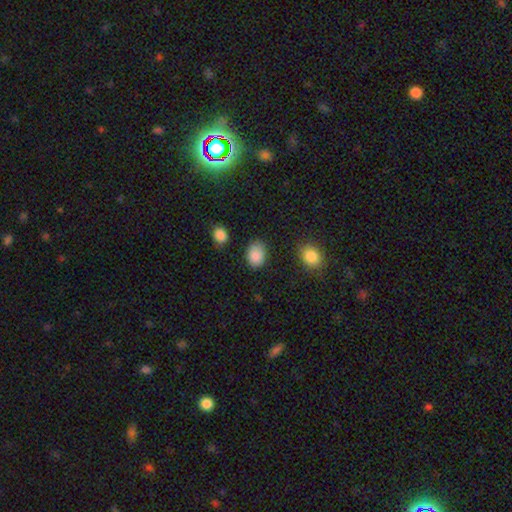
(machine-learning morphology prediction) Q: Smooth or featured?
A: smooth (88%); runner-up: star or artifact (8%)
Q: How rounded?
A: in between (74%); runner-up: round (25%)
Q: Merging?
A: none (75%); runner-up: minor disturbance (19%)